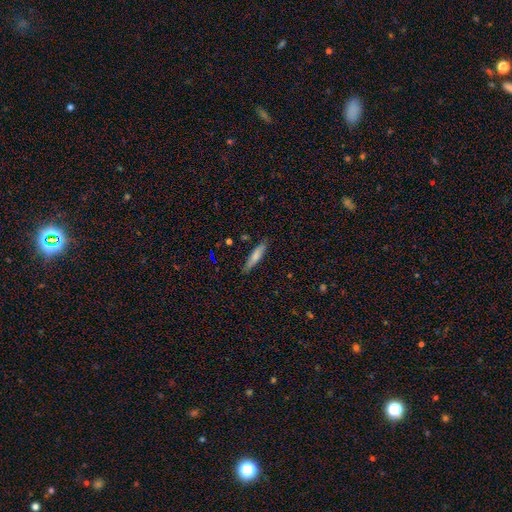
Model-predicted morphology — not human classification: Q: Smooth or featured?
A: smooth (73%); runner-up: featured or disk (21%)
Q: How rounded?
A: cigar-shaped (84%); runner-up: in between (15%)
Q: Merging?
A: none (84%); runner-up: minor disturbance (12%)